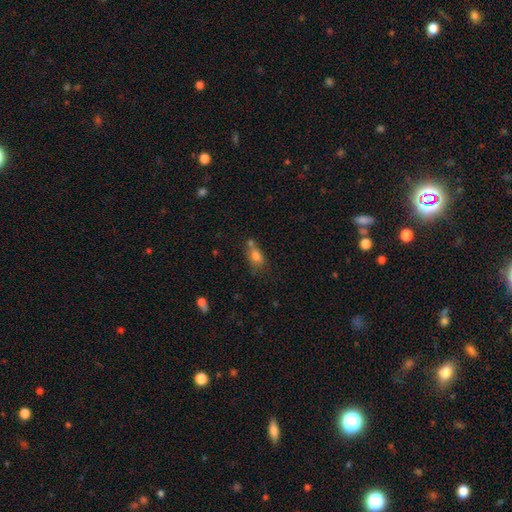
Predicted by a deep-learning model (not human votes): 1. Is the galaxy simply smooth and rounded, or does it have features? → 76% smooth, 13% featured or disk, 12% star or artifact.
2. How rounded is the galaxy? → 72% in between, 23% round, 5% cigar-shaped.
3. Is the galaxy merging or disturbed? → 42% none, 32% merger, 19% minor disturbance, 8% major disturbance.